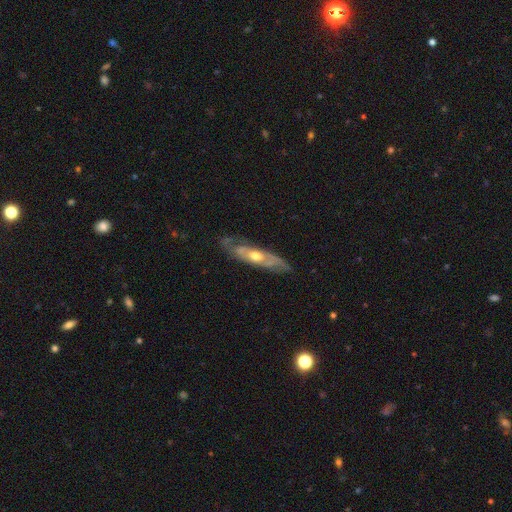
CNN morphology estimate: Overall: featured or disk (73%). Edge-on disk: no (67%; yes 33%). Merging: none (70%).